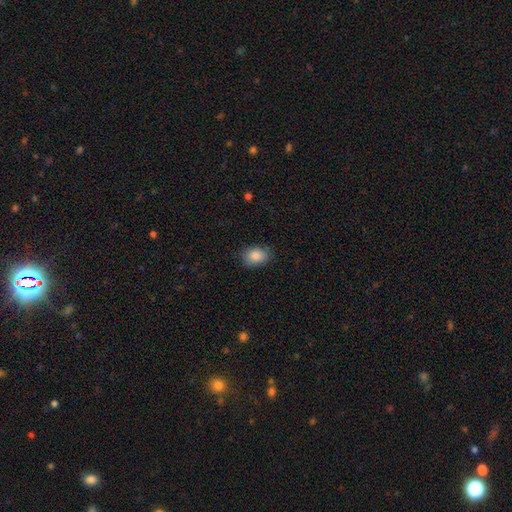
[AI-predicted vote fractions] smooth_or_featured: smooth (p=0.87) [alt: star or artifact p=0.08]
how_rounded: in between (p=0.75) [alt: round p=0.24]
merging: none (p=0.82) [alt: minor disturbance p=0.14]